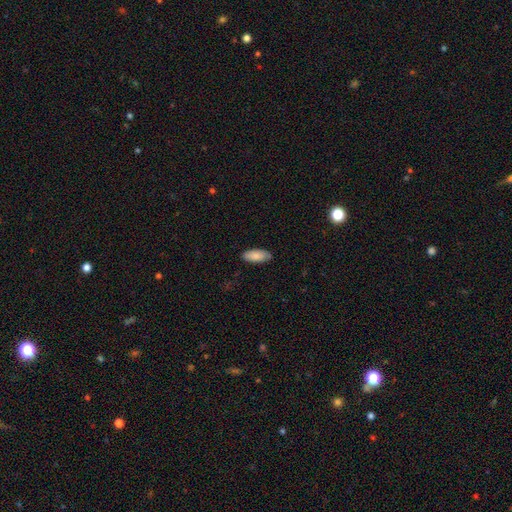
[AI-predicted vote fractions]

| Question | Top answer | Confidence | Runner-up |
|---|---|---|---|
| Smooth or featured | smooth | 87% | featured or disk (8%) |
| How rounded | in between | 83% | cigar-shaped (16%) |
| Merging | none | 86% | minor disturbance (11%) |